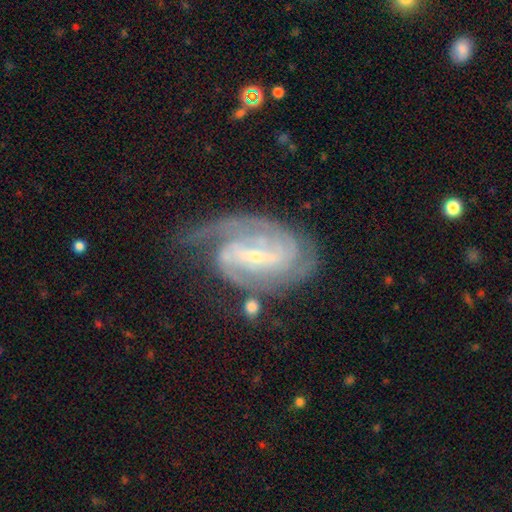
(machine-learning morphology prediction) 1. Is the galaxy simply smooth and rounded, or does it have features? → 91% featured or disk, 5% star or artifact, 4% smooth.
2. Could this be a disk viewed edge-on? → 97% no, 3% yes.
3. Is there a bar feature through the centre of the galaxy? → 52% strong, 37% weak, 11% no.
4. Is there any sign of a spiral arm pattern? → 98% yes, 2% no.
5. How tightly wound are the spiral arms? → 59% tight, 34% medium, 6% loose.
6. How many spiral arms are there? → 41% 2, 24% 3, 15% can't tell, 10% 4, 5% 1, 5% more than 4.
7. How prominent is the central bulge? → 76% small, 19% moderate, 2% none, 1% large, 1% dominant.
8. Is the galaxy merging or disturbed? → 62% none, 22% minor disturbance, 13% major disturbance, 4% merger.